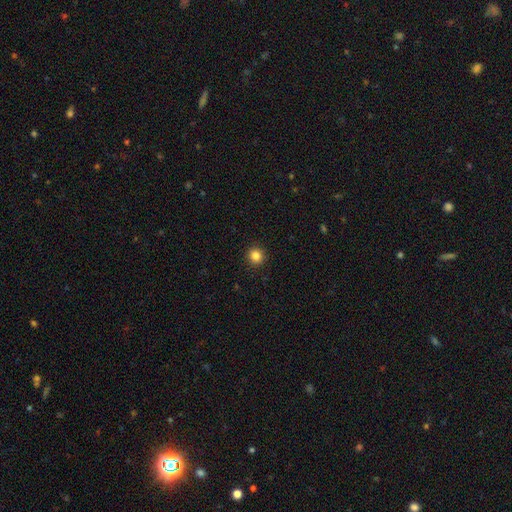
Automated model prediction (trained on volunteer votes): Overall: smooth (85%). How rounded: round (94%). Merging: none (93%).